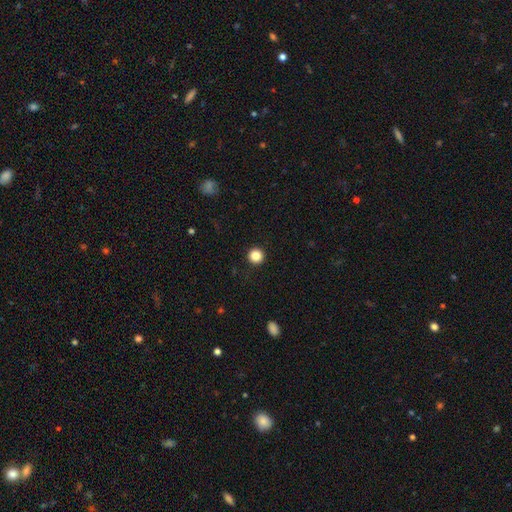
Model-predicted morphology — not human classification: Smooth or featured? smooth (86%)
How rounded? round (96%)
Merging? none (94%)